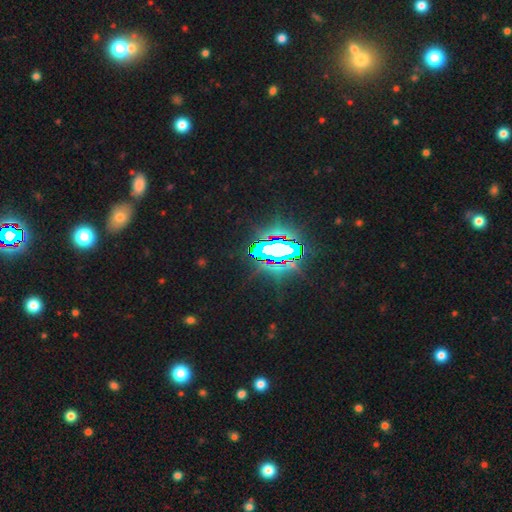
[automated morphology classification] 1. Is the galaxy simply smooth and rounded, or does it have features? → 75% star or artifact, 13% featured or disk, 12% smooth.